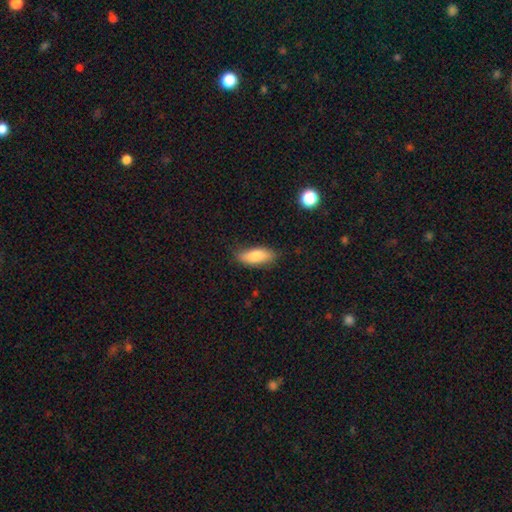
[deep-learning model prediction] The model was most divided on "how rounded": in between: 74%, cigar-shaped: 24%, round: 3%. More confident: smooth or featured — smooth (79%); merging — none (79%).